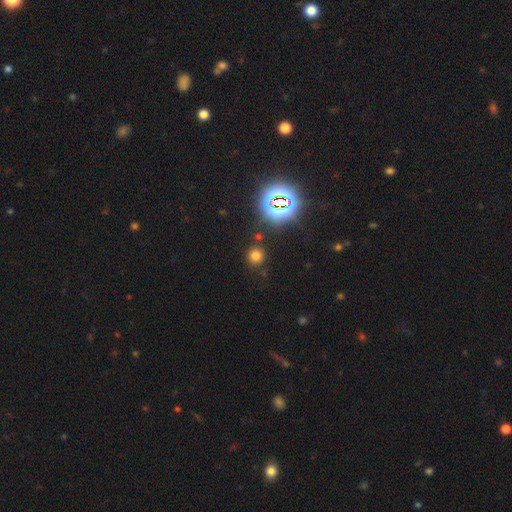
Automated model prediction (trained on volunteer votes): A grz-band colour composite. It shows a smooth galaxy with no disk features (68%) that is round (91%). Merging: none (84%).